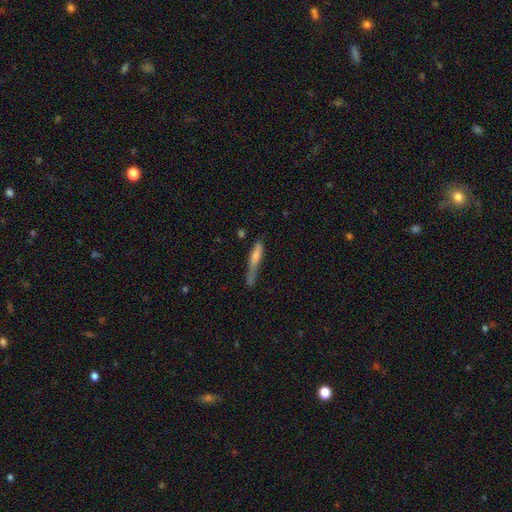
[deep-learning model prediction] This appears to be a smooth galaxy with no disk features (60%) that is cigar-shaped (88%). Merging: none (47%).